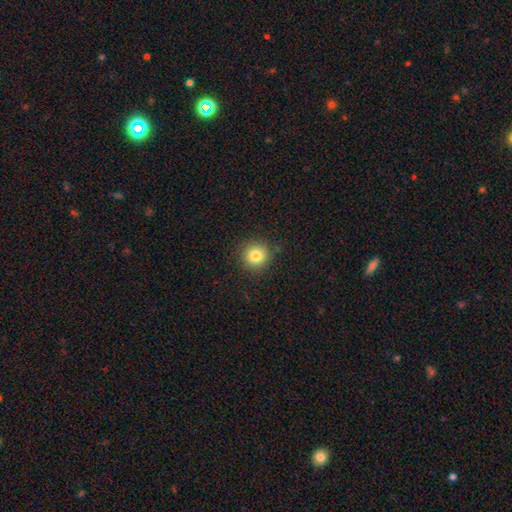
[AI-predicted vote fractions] smooth 82%, star or artifact 11%, featured or disk 7%. Down the decision tree: how rounded — round (92%); merging — none (89%).